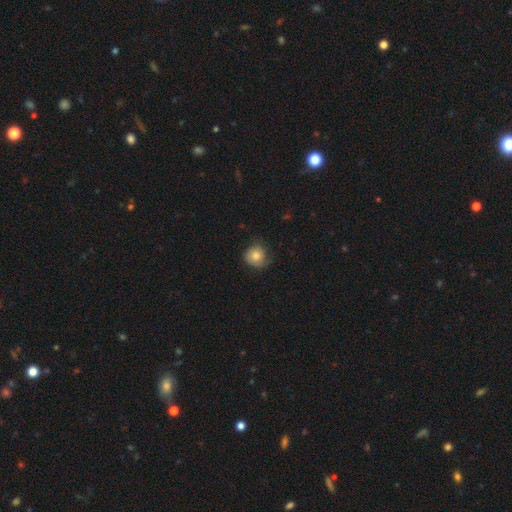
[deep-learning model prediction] This appears to be a smooth galaxy with no disk features (71%) that is round (85%). Merging: none (61%).